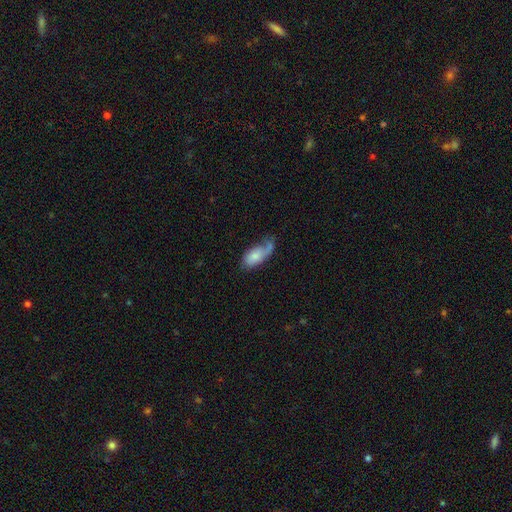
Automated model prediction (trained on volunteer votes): Overall: smooth (65%; featured or disk 29%). How rounded: in between (90%). Merging: none (35%; minor disturbance 30%).